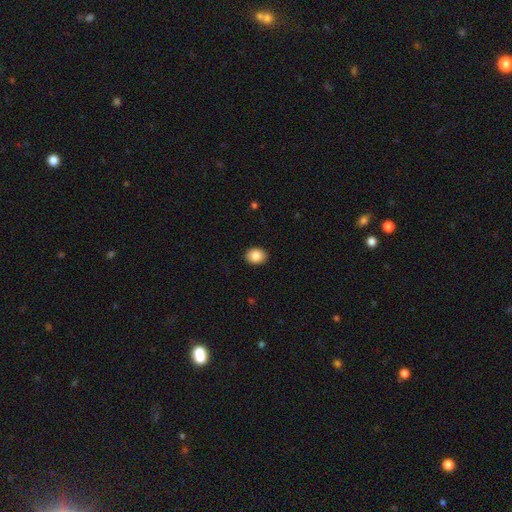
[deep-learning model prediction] The model was most divided on "how rounded": in between: 55%, round: 44%, cigar-shaped: 1%. More confident: merging — none (91%); smooth or featured — smooth (86%).